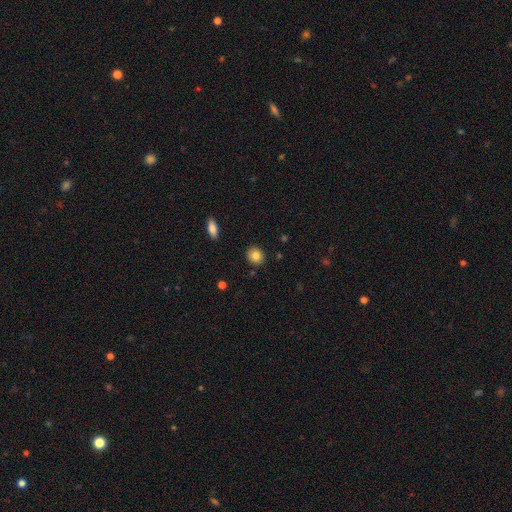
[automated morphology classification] Overall: smooth (83%). How rounded: round (81%). Merging: none (90%).